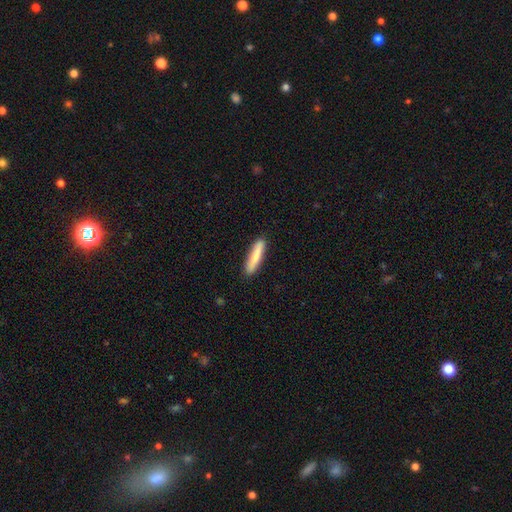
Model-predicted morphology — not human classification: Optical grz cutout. It shows a smooth galaxy with no disk features (72%) that is cigar-shaped (86%). Merging: none (88%).